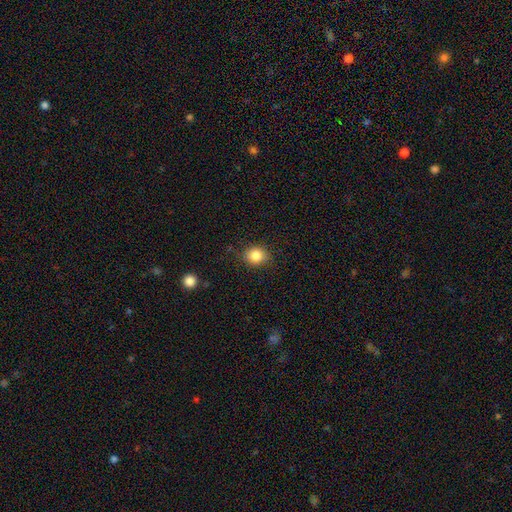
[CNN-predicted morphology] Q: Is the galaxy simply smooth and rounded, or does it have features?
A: smooth — 84%.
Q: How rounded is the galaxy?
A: round — 78%.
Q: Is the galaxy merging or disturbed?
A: none — 84%.